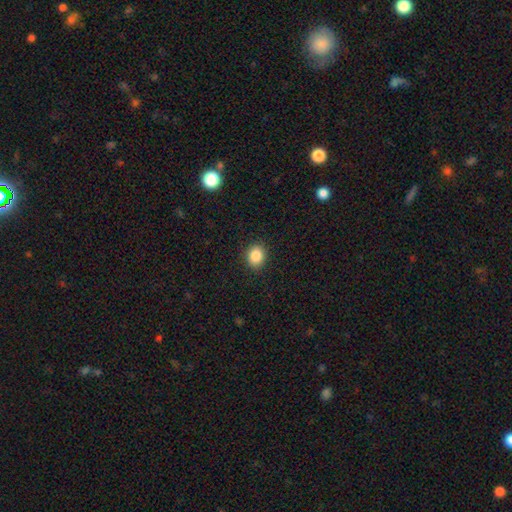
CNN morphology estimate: Smooth or featured?
  - smooth: 87% *
  - star or artifact: 9%
  - featured or disk: 4%
How rounded?
  - round: 57% *
  - in between: 42%
  - cigar-shaped: 1%
Merging?
  - none: 90% *
  - minor disturbance: 7%
  - major disturbance: 2%
  - merger: 1%